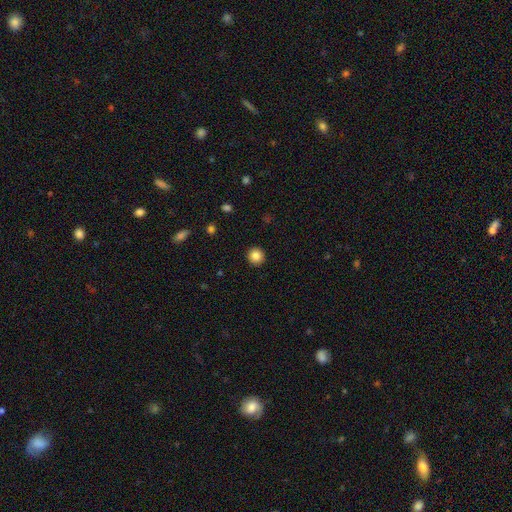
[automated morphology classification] Smooth or featured? smooth (85%)
How rounded? round (95%)
Merging? none (93%)